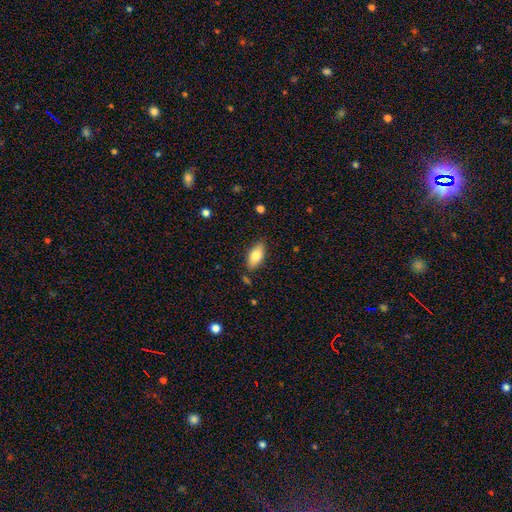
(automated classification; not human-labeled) A smooth galaxy with no disk features (79%) that is in between round and cigar-shaped (90%).

Vote fractions:
- Smooth or featured? smooth: 79% / featured or disk: 14% / star or artifact: 7%
- How rounded? in between: 90% / cigar-shaped: 7% / round: 3%
- Merging? none: 82% / minor disturbance: 13% / major disturbance: 3% / merger: 2%